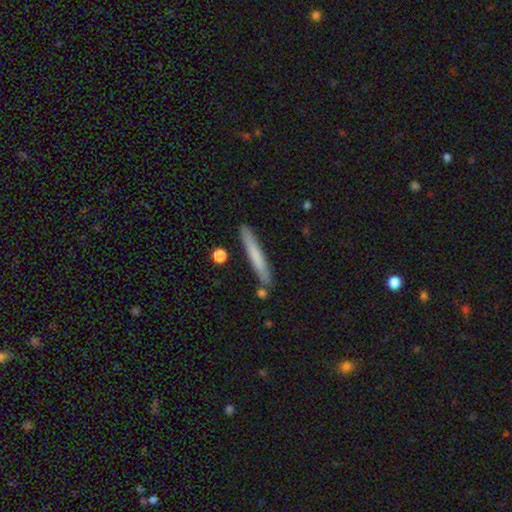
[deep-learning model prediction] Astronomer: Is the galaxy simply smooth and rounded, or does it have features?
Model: smooth — 69%.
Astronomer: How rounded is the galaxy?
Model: cigar-shaped — 96%.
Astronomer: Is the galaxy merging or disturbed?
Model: none — 85%.